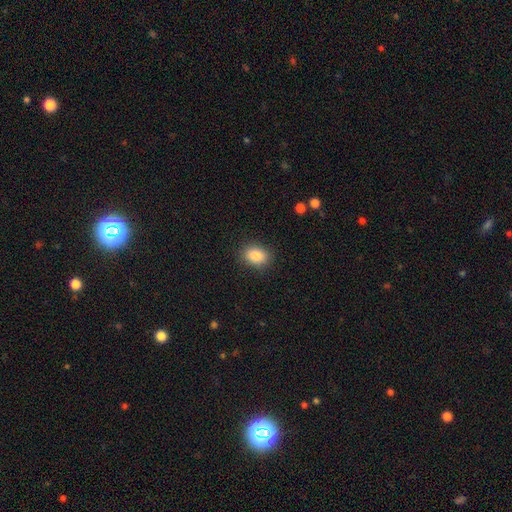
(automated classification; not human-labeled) A smooth galaxy with no disk features (85%) that is in between round and cigar-shaped (68%). Merging: none (88%).